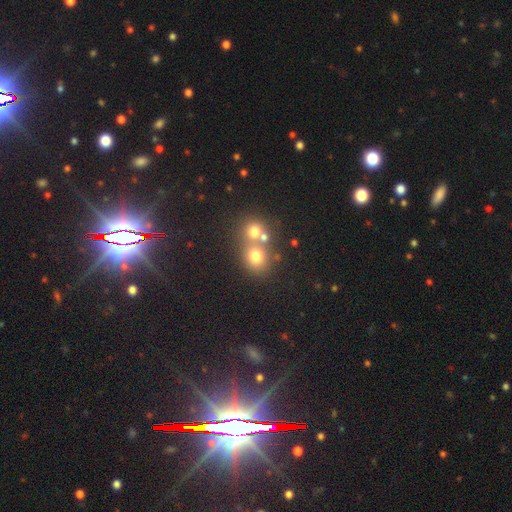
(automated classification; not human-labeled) A smooth galaxy with no disk features (70%) that is round (77%).

Vote fractions:
- Smooth or featured? smooth: 70% / star or artifact: 17% / featured or disk: 13%
- How rounded? round: 77% / in between: 22% / cigar-shaped: 1%
- Merging? merger: 47% / none: 43% / minor disturbance: 7% / major disturbance: 4%